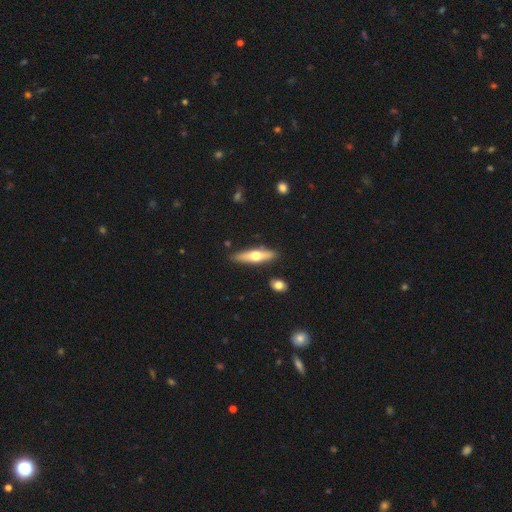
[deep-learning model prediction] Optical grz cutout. It shows a smooth galaxy with no disk features (48%). Merging: none (86%).